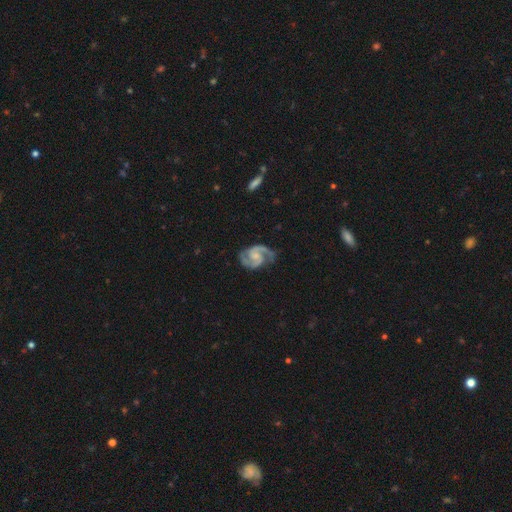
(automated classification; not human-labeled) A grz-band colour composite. It shows a featured or disk galaxy (92%) with no bar (46%), 2 (93%) medium (62%) spiral arms (98%) and a small central bulge (45%). Merging: none (75%).